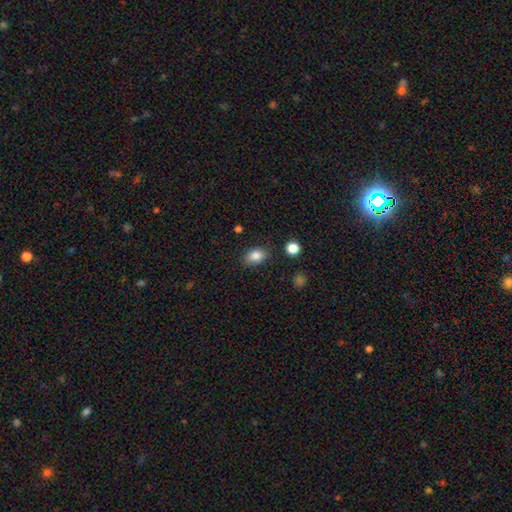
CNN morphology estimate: smooth 85%, star or artifact 9%, featured or disk 6%. Down the decision tree: how rounded — in between (79%); merging — none (83%).